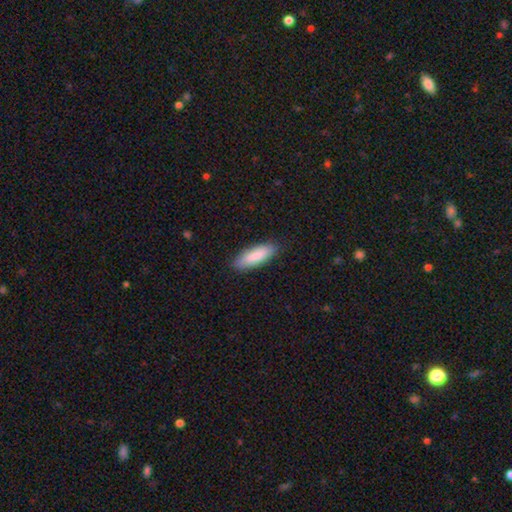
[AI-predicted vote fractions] A smooth galaxy with no disk features (86%) that is in between round and cigar-shaped (59%). Merging: none (86%).